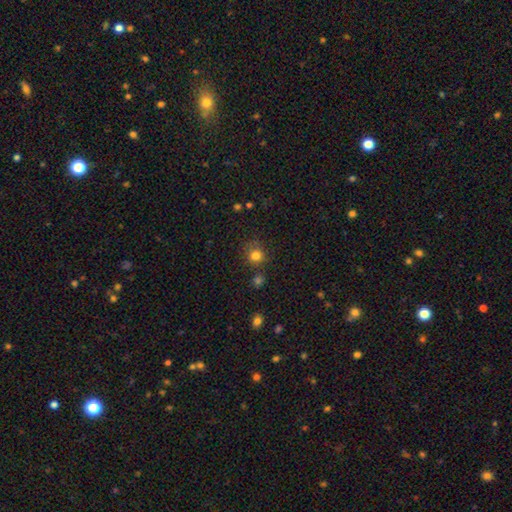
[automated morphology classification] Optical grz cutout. It shows a smooth galaxy with no disk features (81%) that is round (88%). Merging: none (76%).